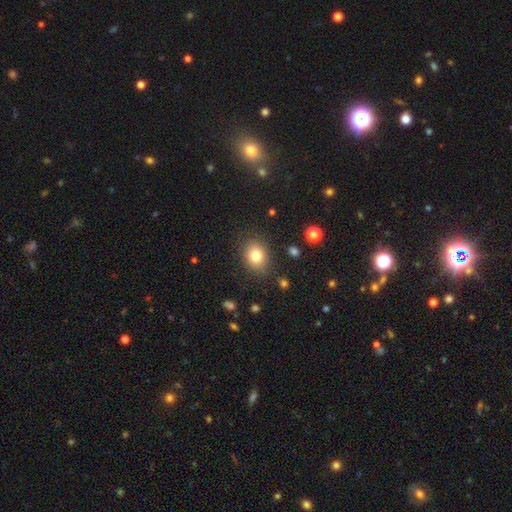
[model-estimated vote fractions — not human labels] Morphology: type=smooth (80%); roundness=round (58%); merging=none (83%).